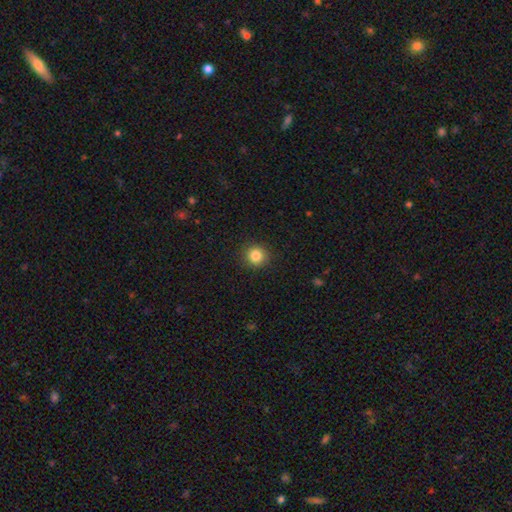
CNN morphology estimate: Smooth or featured? smooth (84%)
How rounded? round (93%)
Merging? none (91%)